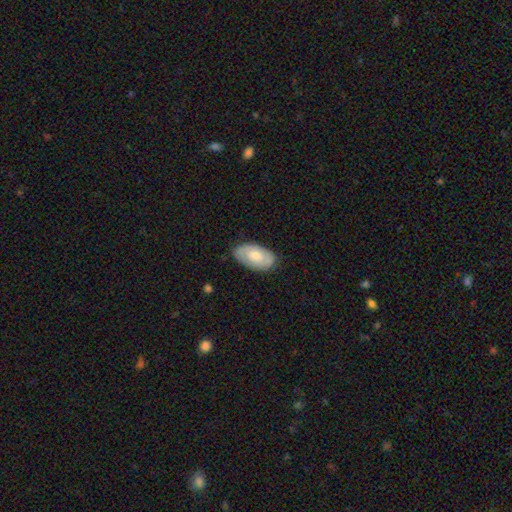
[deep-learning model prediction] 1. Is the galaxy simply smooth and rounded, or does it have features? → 63% smooth, 32% featured or disk, 5% star or artifact.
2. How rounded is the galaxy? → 95% in between, 3% round, 2% cigar-shaped.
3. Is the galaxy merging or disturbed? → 81% none, 15% minor disturbance, 3% major disturbance, 1% merger.